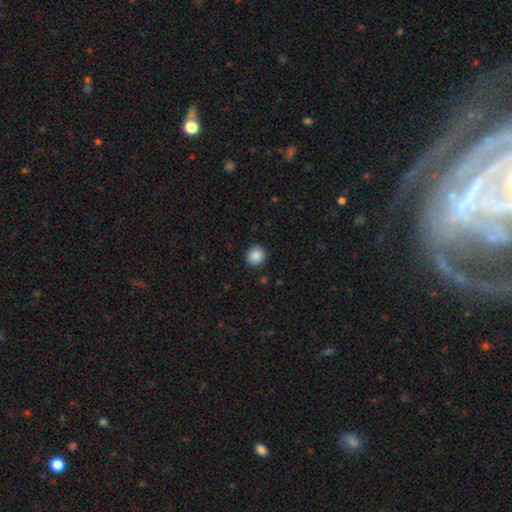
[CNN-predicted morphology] smooth 88%, star or artifact 9%, featured or disk 3%. Down the decision tree: how rounded — round (92%); merging — none (91%).